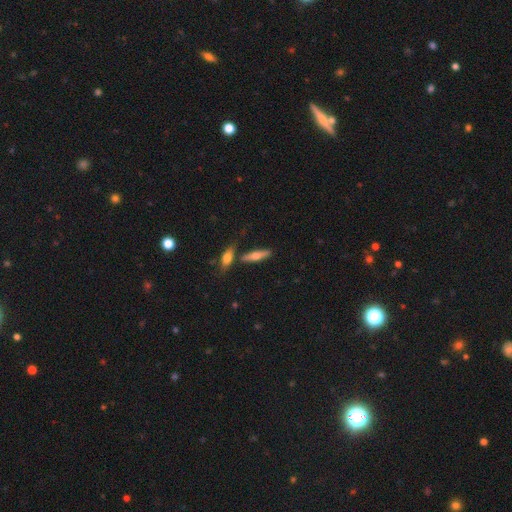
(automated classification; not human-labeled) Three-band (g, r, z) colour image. It shows a smooth galaxy with no disk features (52%) that is cigar-shaped (69%). Merging: none (72%).